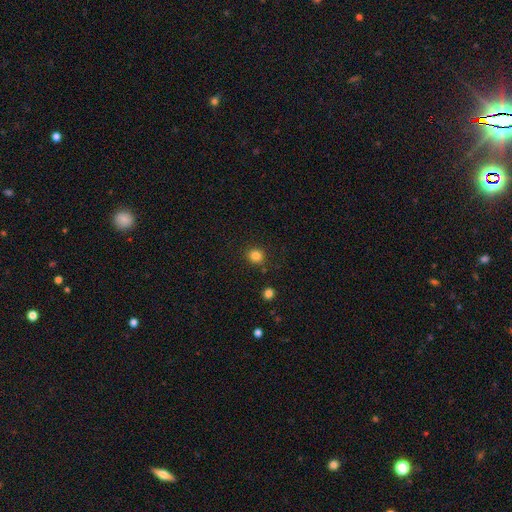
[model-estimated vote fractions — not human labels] This appears to be a smooth galaxy with no disk features (83%) that is round (87%). Merging: none (84%).